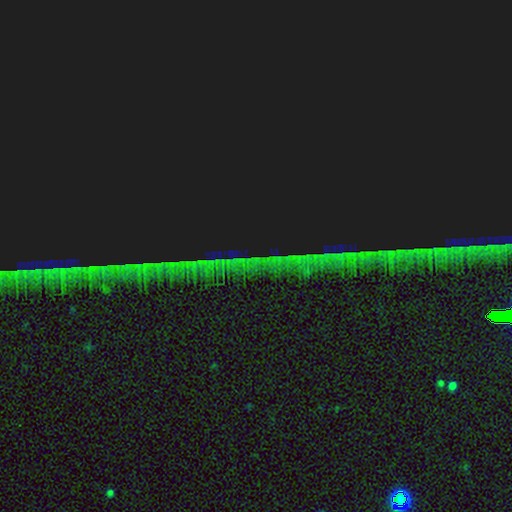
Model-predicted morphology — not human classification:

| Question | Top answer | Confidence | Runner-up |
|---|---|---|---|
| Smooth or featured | star or artifact | 87% | featured or disk (7%) |